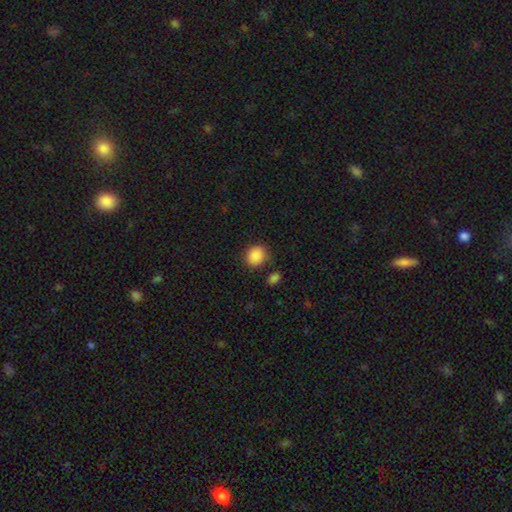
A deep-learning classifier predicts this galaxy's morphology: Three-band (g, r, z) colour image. It shows a smooth galaxy with no disk features (88%) that is round (70%). Merging: none (78%).